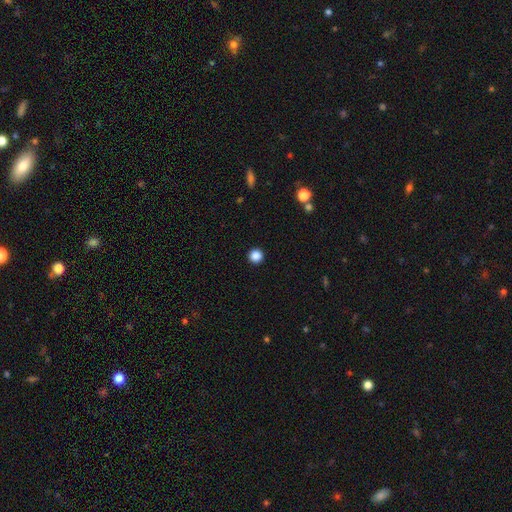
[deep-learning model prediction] smooth_or_featured: smooth (p=0.87) [alt: star or artifact p=0.10]
how_rounded: round (p=0.96) [alt: in between p=0.03]
merging: none (p=0.94) [alt: minor disturbance p=0.03]